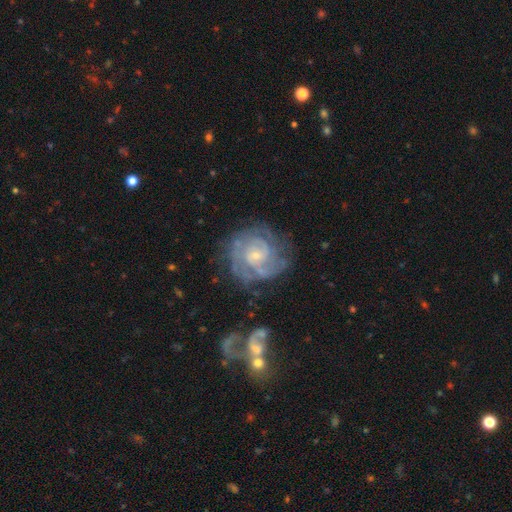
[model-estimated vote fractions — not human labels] A featured or disk galaxy (84%) with no bar (64%), tight (60%) spiral arms (94%) and a small central bulge (79%).

Vote fractions:
- Smooth or featured? featured or disk: 84% / smooth: 9% / star or artifact: 6%
- Edge-on disk? no: 98% / yes: 2%
- Bar? no: 64% / weak: 30% / strong: 6%
- Spiral arms? yes: 94% / no: 6%
- Spiral winding? tight: 60% / medium: 32% / loose: 8%
- Spiral arm count? can't tell: 31% / 2: 25% / 3: 23% / 4: 10% / 1: 6% / more than 4: 5%
- Bulge size? small: 79% / moderate: 16% / none: 2% / large: 1% / dominant: 1%
- Merging? none: 62% / minor disturbance: 19% / major disturbance: 13% / merger: 6%